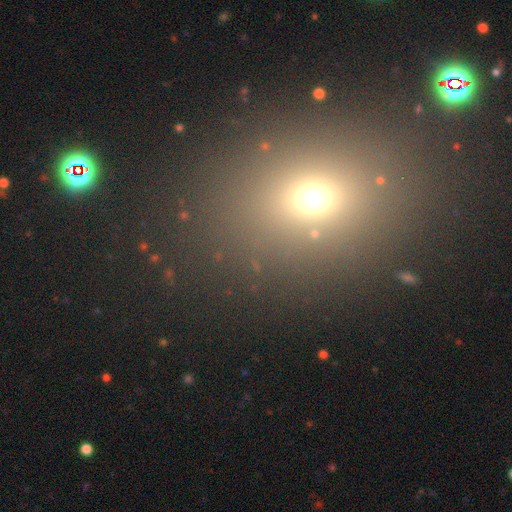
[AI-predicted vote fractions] Smooth or featured: smooth — 59% (star or artifact — 30%)
How rounded: in between — 54% (round — 44%)
Merging: none — 84% (minor disturbance — 8%)